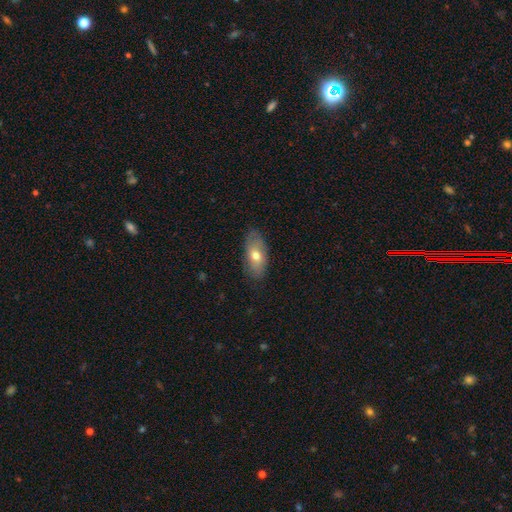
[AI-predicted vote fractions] This is likely a smooth galaxy (67%). How rounded: clearly in between (89%). Merging: clearly none (81%).